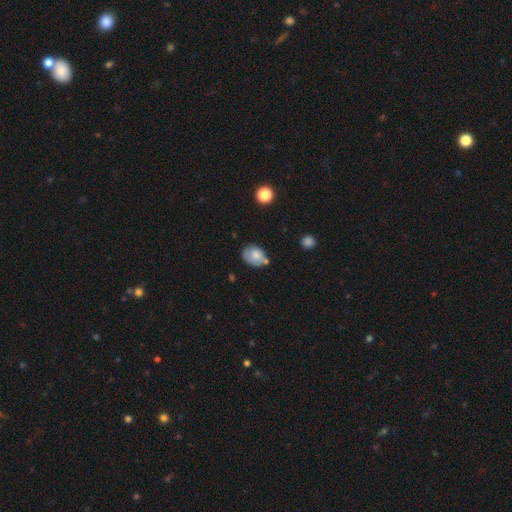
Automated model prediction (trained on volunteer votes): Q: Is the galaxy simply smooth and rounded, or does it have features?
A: smooth — 75%.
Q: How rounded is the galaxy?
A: in between — 64%.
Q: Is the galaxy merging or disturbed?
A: none — 52%.